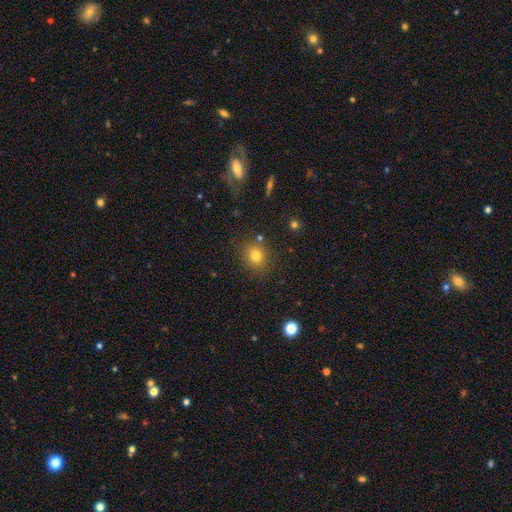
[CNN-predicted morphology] Smooth or featured?
  - smooth: 79% *
  - star or artifact: 14%
  - featured or disk: 7%
How rounded?
  - round: 77% *
  - in between: 22%
  - cigar-shaped: 1%
Merging?
  - none: 80% *
  - minor disturbance: 11%
  - merger: 5%
  - major disturbance: 4%